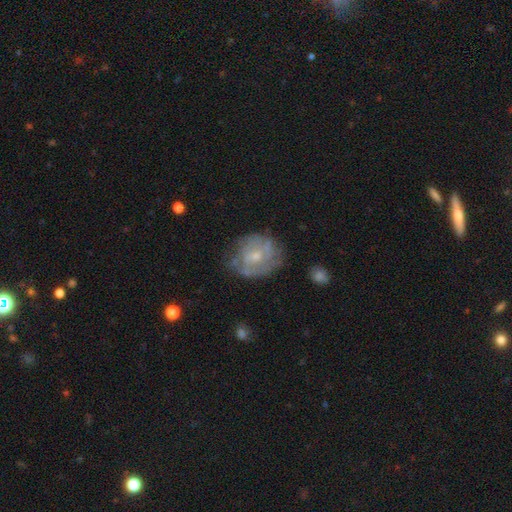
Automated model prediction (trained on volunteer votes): This appears to be a featured or disk galaxy (66%) with no bar (66%), spiral arms (66%) and a small central bulge (54%). Merging: none (60%).